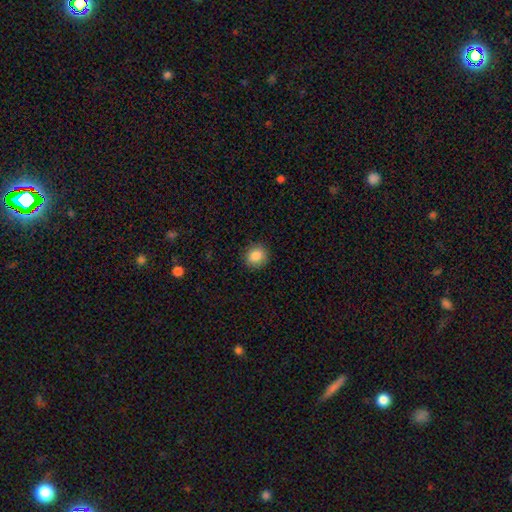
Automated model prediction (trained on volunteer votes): This is clearly a smooth galaxy (86%). How rounded: clearly round (82%). Merging: clearly none (88%).